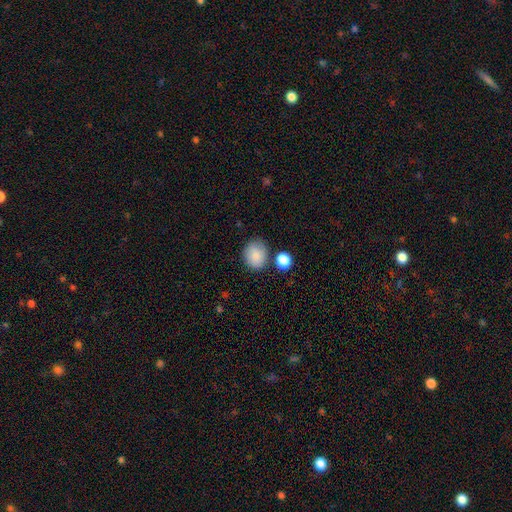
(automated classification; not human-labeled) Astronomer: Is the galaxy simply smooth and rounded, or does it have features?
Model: smooth — 86%.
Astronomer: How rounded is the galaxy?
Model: round — 61% (runner-up: in between, 38%).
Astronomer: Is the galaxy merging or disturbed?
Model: none — 72%.